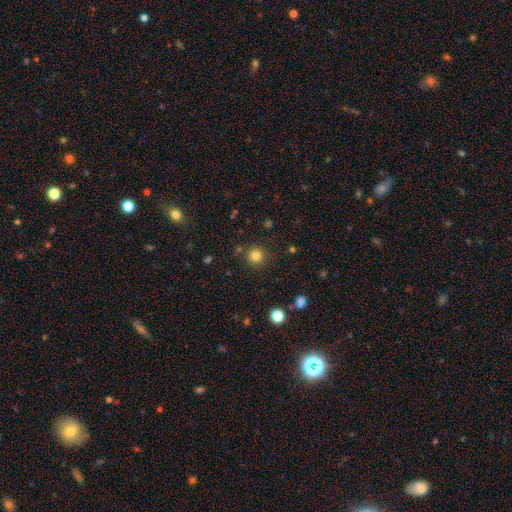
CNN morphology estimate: Smooth or featured? Predicted: smooth (p=0.81). How rounded? Predicted: round (p=0.94). Merging? Predicted: none (p=0.87).